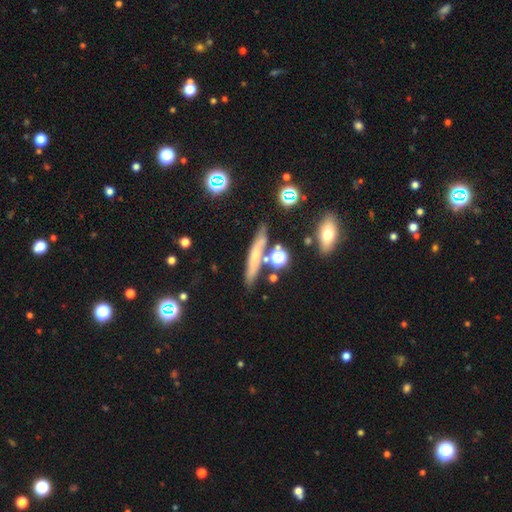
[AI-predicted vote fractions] Overall: smooth (53%; featured or disk 33%). How rounded: cigar-shaped (85%). Merging: none (75%).